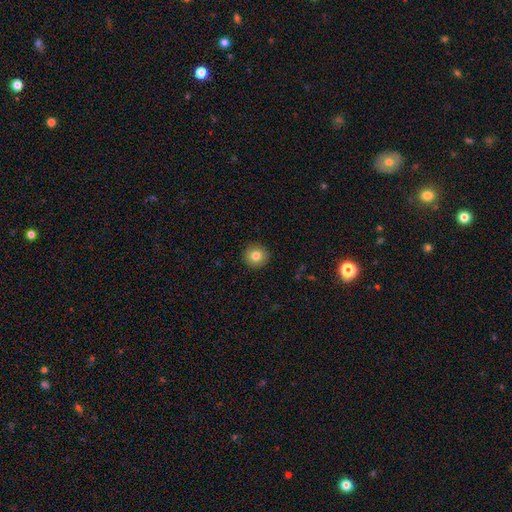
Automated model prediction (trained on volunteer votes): Smooth or featured? smooth (82%)
How rounded? round (93%)
Merging? none (91%)